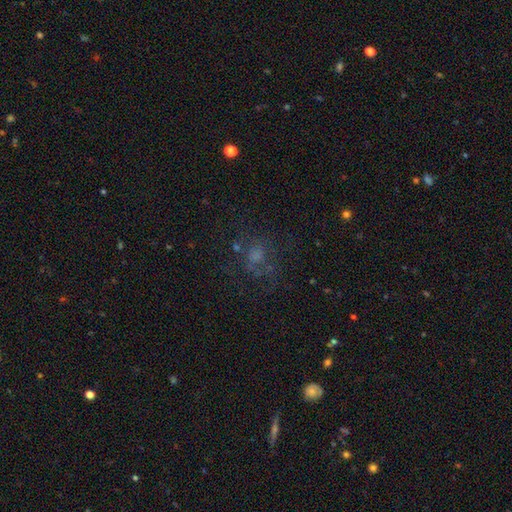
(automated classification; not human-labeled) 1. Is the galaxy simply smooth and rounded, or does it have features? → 40% smooth, 33% featured or disk, 28% star or artifact.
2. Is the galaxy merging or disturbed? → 56% none, 22% major disturbance, 17% minor disturbance, 4% merger.